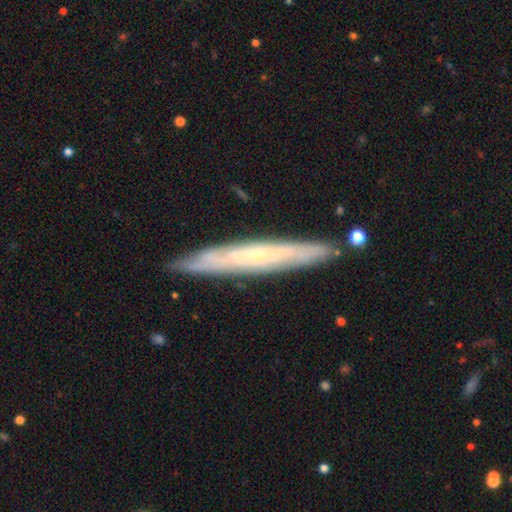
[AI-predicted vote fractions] Overall: featured or disk (69%). Edge-on disk: yes (80%). Edge-on bulge: none (55%; rounded 41%). Merging: none (86%).